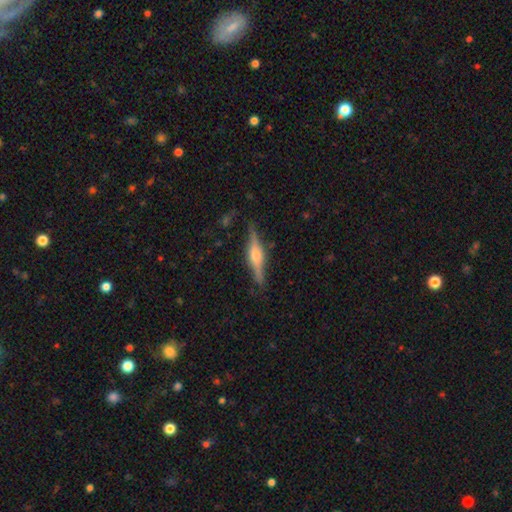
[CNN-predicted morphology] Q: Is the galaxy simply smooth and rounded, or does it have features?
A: featured or disk — 72%.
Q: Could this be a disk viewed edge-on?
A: yes — 97%.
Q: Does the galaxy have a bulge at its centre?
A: rounded — 85%.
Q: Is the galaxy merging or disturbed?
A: none — 84%.